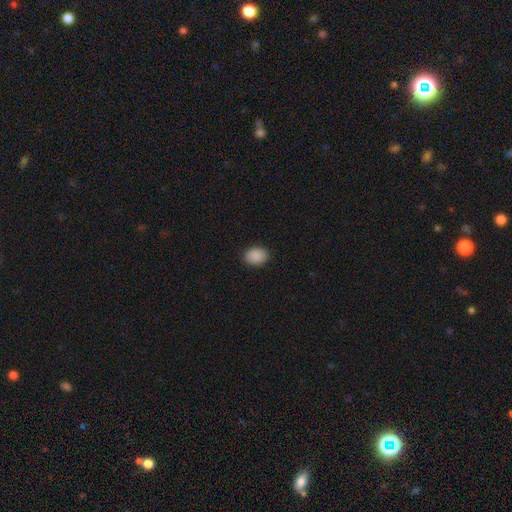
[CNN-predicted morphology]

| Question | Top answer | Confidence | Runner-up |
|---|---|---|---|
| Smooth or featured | smooth | 90% | star or artifact (8%) |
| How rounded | in between | 72% | round (27%) |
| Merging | none | 89% | minor disturbance (8%) |